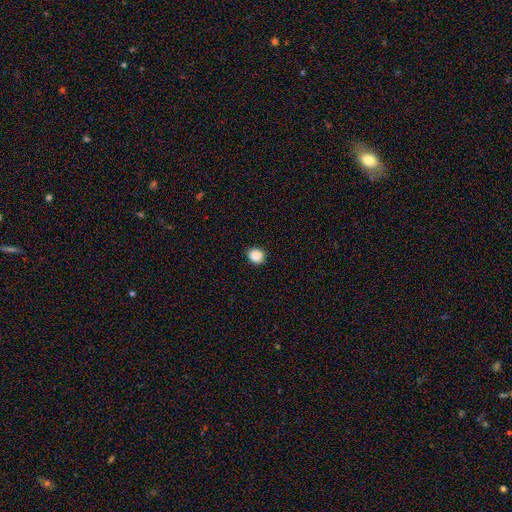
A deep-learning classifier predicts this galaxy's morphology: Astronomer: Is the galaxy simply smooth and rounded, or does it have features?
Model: smooth — 88%.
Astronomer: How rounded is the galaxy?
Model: round — 72%.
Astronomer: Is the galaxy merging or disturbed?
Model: none — 82%.